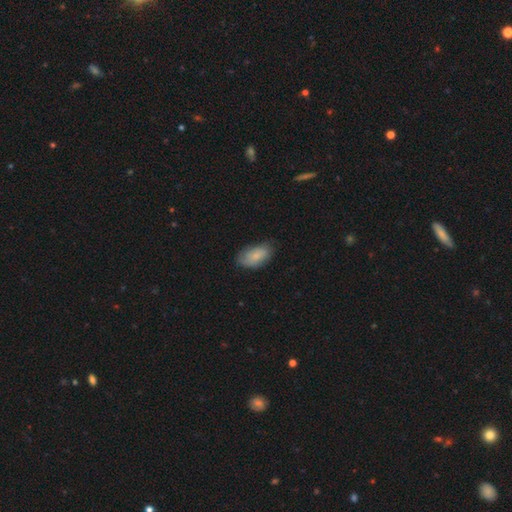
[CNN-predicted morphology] Overall: smooth (83%). How rounded: in between (93%). Merging: none (73%).